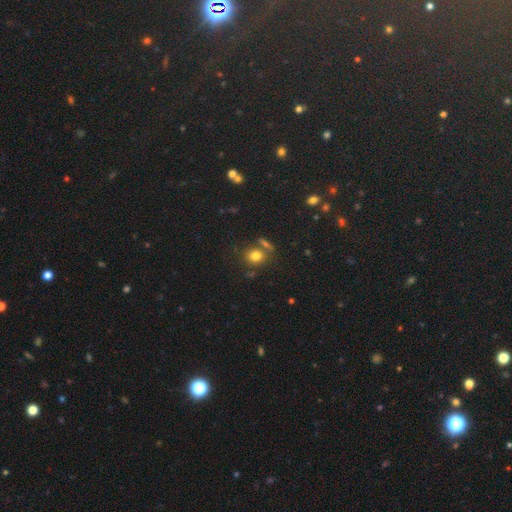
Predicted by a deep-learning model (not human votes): The model was most divided on "how rounded": round: 69%, in between: 29%, cigar-shaped: 2%. More confident: smooth or featured — smooth (77%); merging — none (65%).